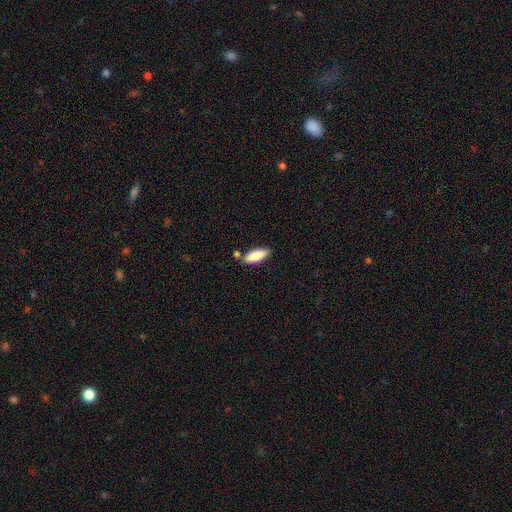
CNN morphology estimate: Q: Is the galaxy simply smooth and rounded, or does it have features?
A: smooth — 86%.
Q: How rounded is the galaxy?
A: in between — 69%.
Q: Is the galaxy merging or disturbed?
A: none — 76%.